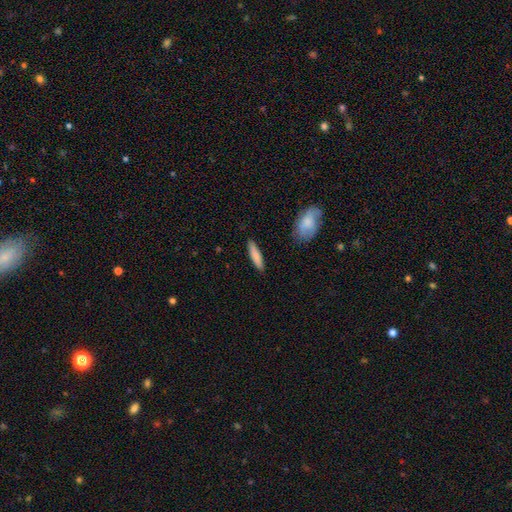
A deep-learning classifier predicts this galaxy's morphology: type=smooth (80%); roundness=cigar-shaped (78%); merging=none (89%).